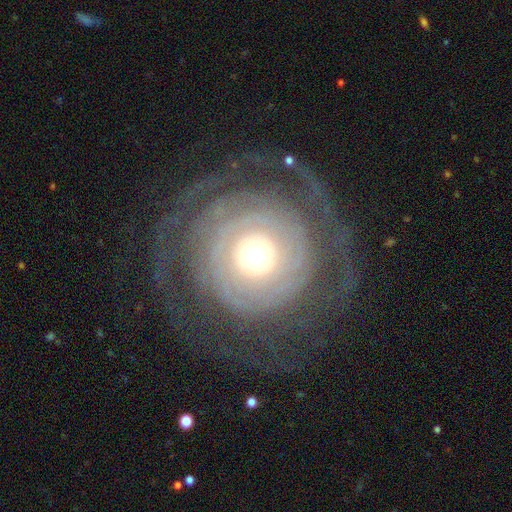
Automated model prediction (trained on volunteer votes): smooth_or_featured: featured or disk (p=0.82) [alt: smooth p=0.11]
disk_edge_on: no (p=0.97) [alt: yes p=0.03]
bar: no (p=0.85) [alt: weak p=0.11]
has_spiral_arms: yes (p=0.88) [alt: no p=0.12]
spiral_winding: tight (p=0.77) [alt: medium p=0.16]
spiral_arm_count: can't tell (p=0.37) [alt: 2 p=0.20]
bulge_size: moderate (p=0.62) [alt: small p=0.17]
merging: none (p=0.72) [alt: major disturbance p=0.14]